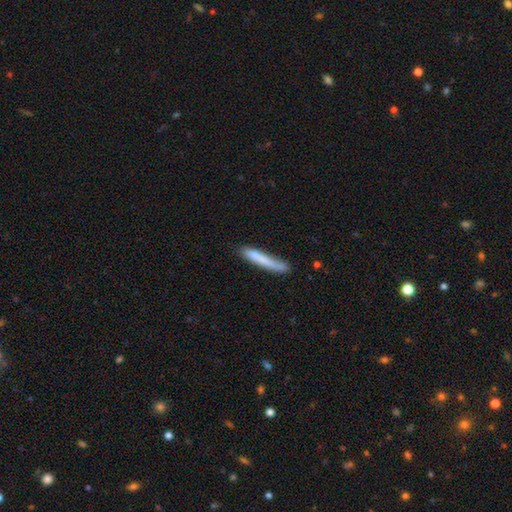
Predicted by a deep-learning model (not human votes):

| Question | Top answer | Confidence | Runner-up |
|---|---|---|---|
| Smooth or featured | smooth | 70% | featured or disk (24%) |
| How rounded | cigar-shaped | 94% | in between (4%) |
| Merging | none | 68% | minor disturbance (21%) |